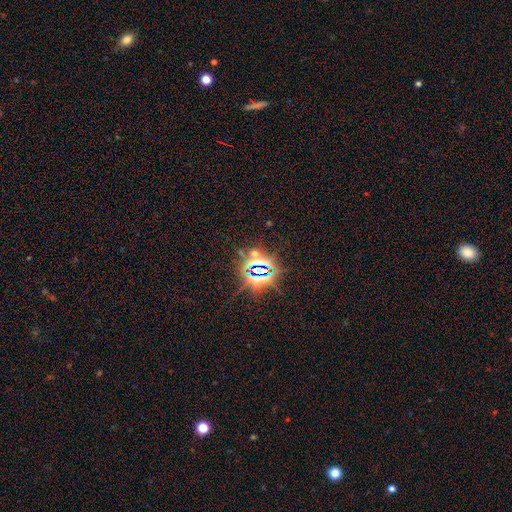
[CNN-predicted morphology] Q: Smooth or featured?
A: star or artifact (83%); runner-up: smooth (9%)